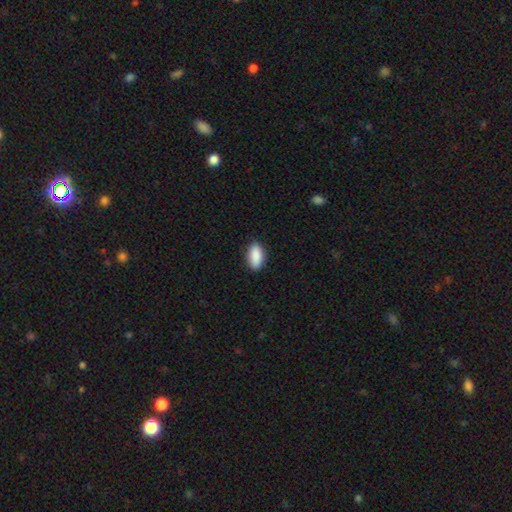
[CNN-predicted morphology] Q: Smooth or featured?
A: smooth (90%); runner-up: star or artifact (6%)
Q: How rounded?
A: in between (90%); runner-up: cigar-shaped (7%)
Q: Merging?
A: none (88%); runner-up: minor disturbance (9%)